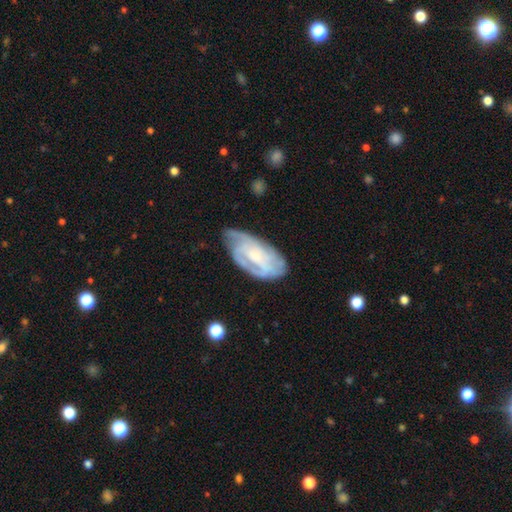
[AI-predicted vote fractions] Smooth or featured: featured or disk — 71% (smooth — 23%)
Edge-on disk: no — 94% (yes — 6%)
Bar: no — 58% (weak — 34%)
Spiral arms: yes — 86% (no — 14%)
Spiral winding: tight — 55% (medium — 34%)
Spiral arm count: can't tell — 43% (2 — 20%)
Bulge size: small — 41% (moderate — 37%)
Merging: none — 57% (minor disturbance — 29%)